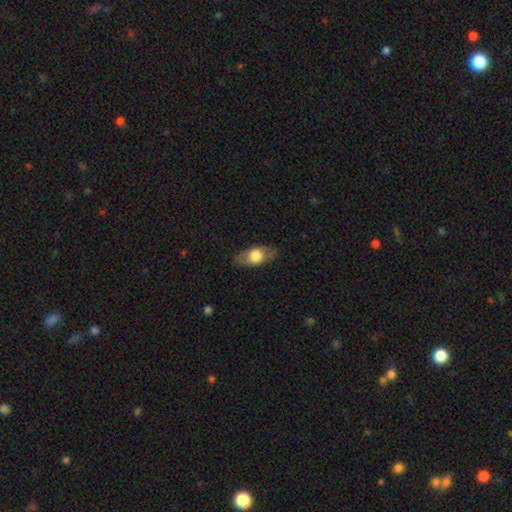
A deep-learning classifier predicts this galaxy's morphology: type=smooth (65%); roundness=in between (84%); merging=none (81%).